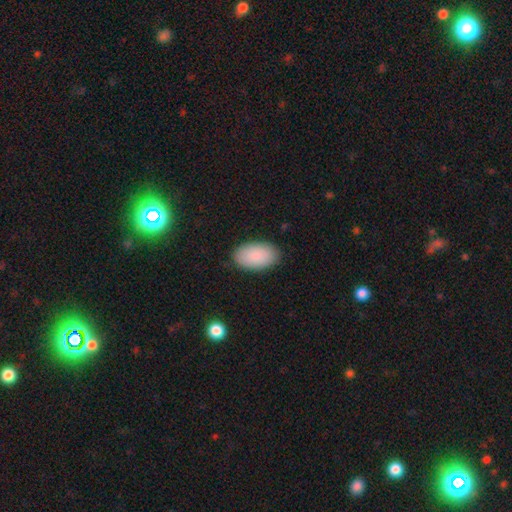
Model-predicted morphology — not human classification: Smooth or featured?
  - smooth: 88% *
  - star or artifact: 6%
  - featured or disk: 6%
How rounded?
  - in between: 94% *
  - round: 4%
  - cigar-shaped: 1%
Merging?
  - none: 87% *
  - minor disturbance: 10%
  - major disturbance: 2%
  - merger: 1%